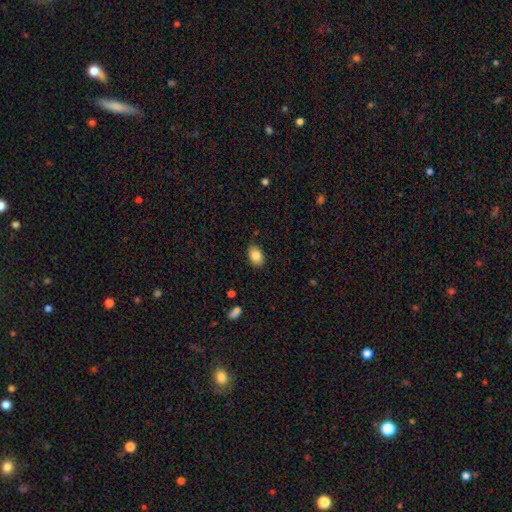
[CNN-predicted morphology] Overall: smooth (85%). How rounded: in between (81%). Merging: none (85%).